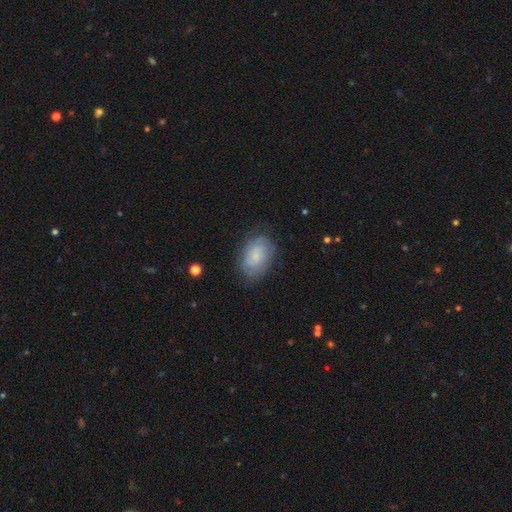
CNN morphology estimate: smooth 51%, featured or disk 41%, star or artifact 8%. Down the decision tree: how rounded — in between (84%); merging — none (74%).